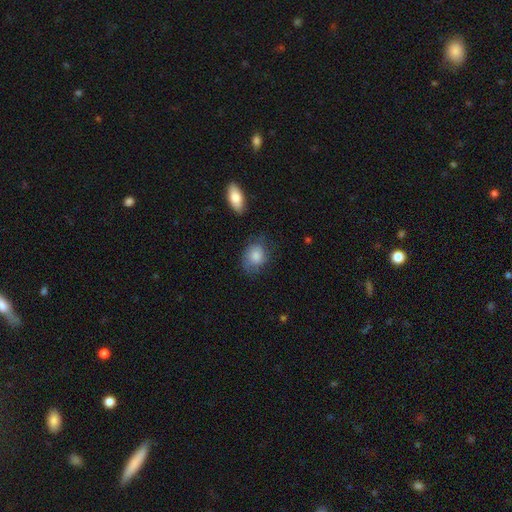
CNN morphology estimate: smooth-or-featured: smooth: 79% | featured or disk: 13% | star or artifact: 7%
  how-rounded: in between: 57% | round: 42% | cigar-shaped: 1%
  merging: none: 58% | minor disturbance: 29% | major disturbance: 11% | merger: 3%